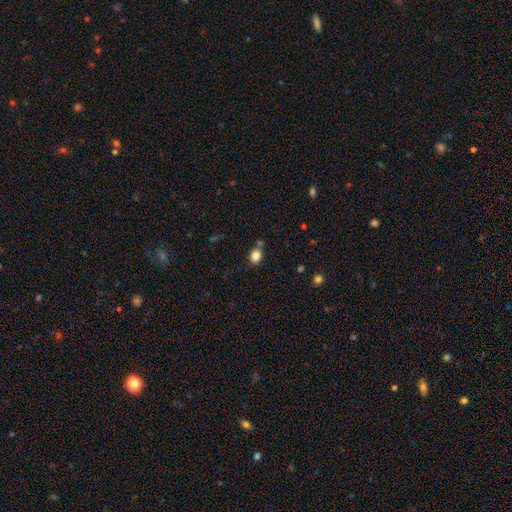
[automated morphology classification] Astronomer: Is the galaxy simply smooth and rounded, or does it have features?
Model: smooth — 84%.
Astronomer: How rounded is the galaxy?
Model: in between — 59% (runner-up: round, 40%).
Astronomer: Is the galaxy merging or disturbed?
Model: none — 71%.